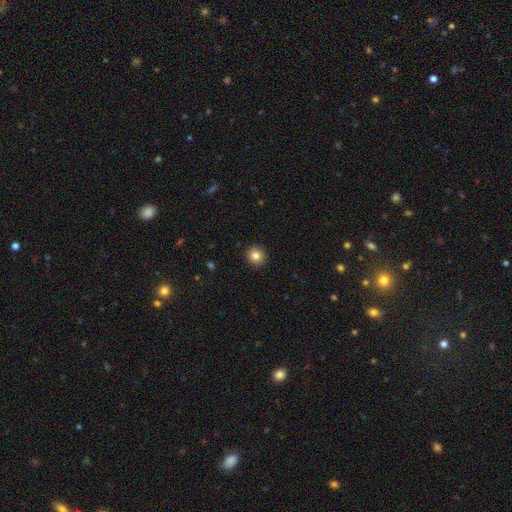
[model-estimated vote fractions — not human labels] Smooth or featured?
  - smooth: 84% *
  - star or artifact: 10%
  - featured or disk: 6%
How rounded?
  - round: 87% *
  - in between: 12%
  - cigar-shaped: 1%
Merging?
  - none: 92% *
  - minor disturbance: 6%
  - major disturbance: 2%
  - merger: 1%